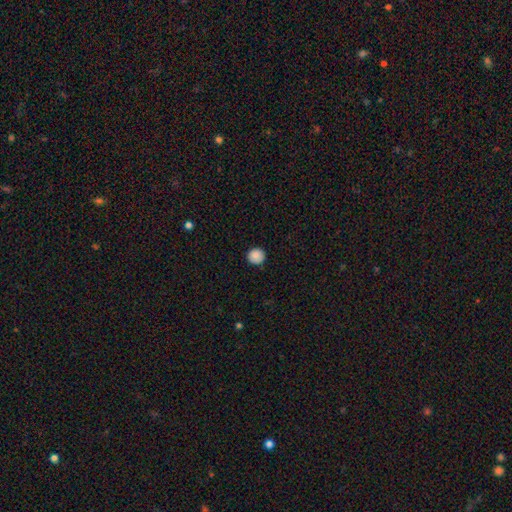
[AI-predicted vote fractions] Smooth or featured: smooth — 87% (star or artifact — 9%)
How rounded: round — 92% (in between — 7%)
Merging: none — 89% (minor disturbance — 9%)